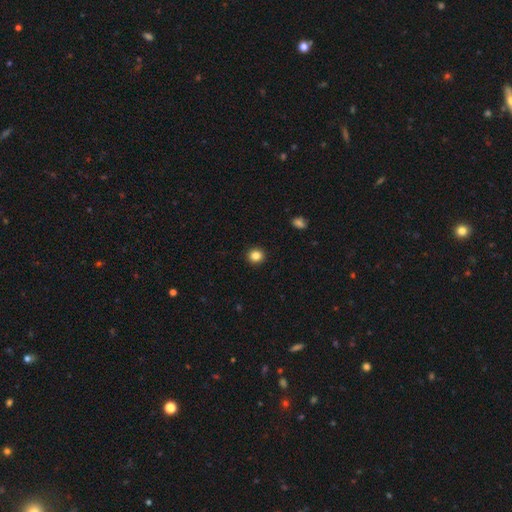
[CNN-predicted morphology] A smooth galaxy with no disk features (84%) that is round (92%).

Vote fractions:
- Smooth or featured? smooth: 84% / star or artifact: 11% / featured or disk: 4%
- How rounded? round: 92% / in between: 7% / cigar-shaped: 1%
- Merging? none: 93% / minor disturbance: 5% / major disturbance: 2% / merger: 1%